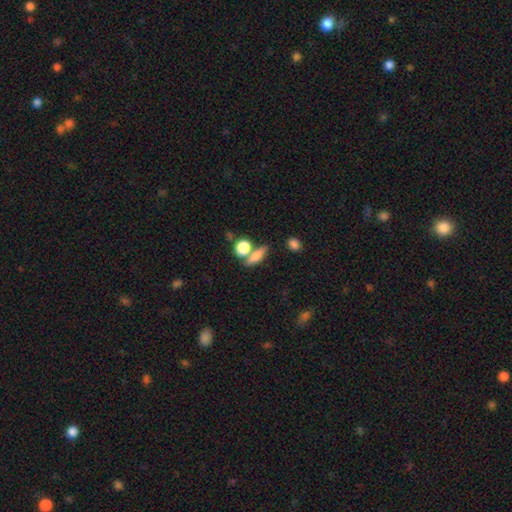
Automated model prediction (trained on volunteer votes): smooth_or_featured: smooth (p=0.77) [alt: featured or disk p=0.12]
how_rounded: in between (p=0.45) [alt: round p=0.28]
merging: none (p=0.60) [alt: merger p=0.24]